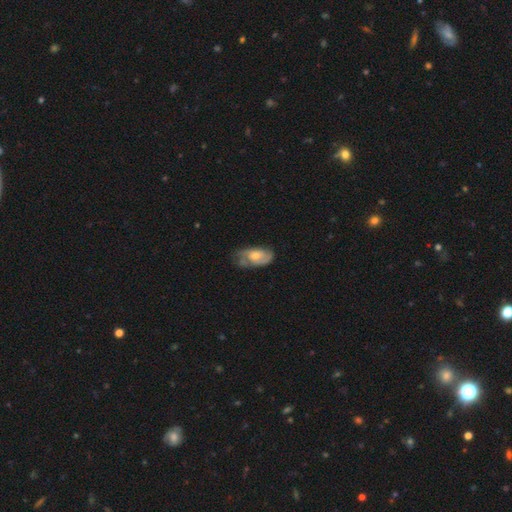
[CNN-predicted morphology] This is likely a featured or disk galaxy (65%). It is clearly not viewed edge-on (93%). Bar: likely no (71%). Spiral arm pattern: clearly yes (83%). Spiral arm count: possibly 2 (46%). Spiral winding: marginally tight (42%). Central bulge: likely moderate (61%). Merging: possibly none (58%).